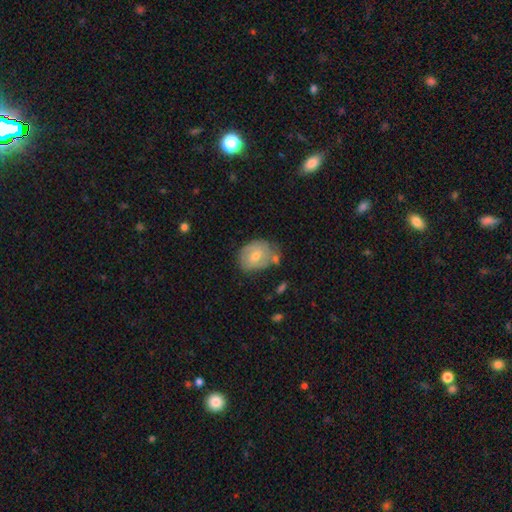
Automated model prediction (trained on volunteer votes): Smooth or featured? featured or disk (47%)
Merging? none (61%)